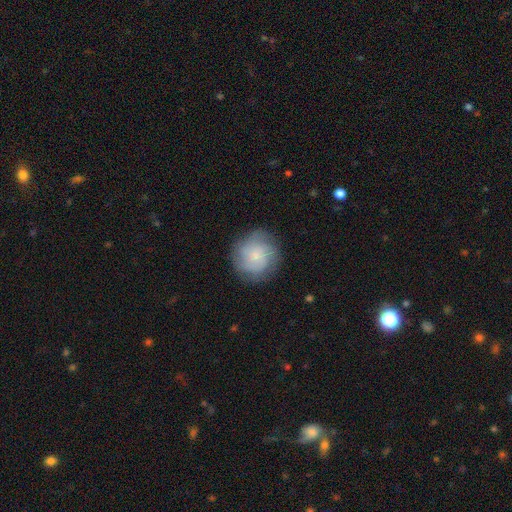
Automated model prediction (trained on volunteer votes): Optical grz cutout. It shows a smooth galaxy with no disk features (53%) that is round (91%). Merging: none (78%).